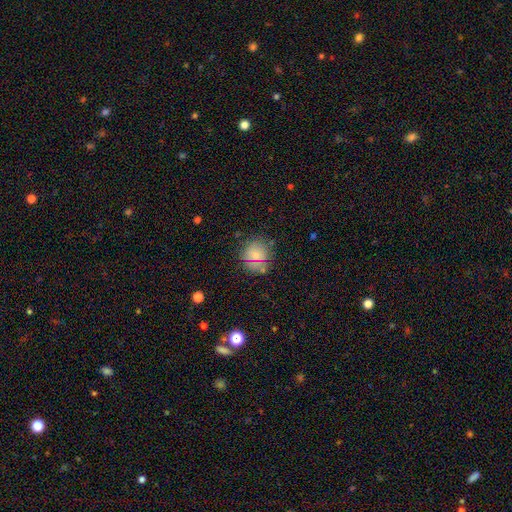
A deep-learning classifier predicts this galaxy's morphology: Overall: smooth (75%). How rounded: round (88%). Merging: none (76%).